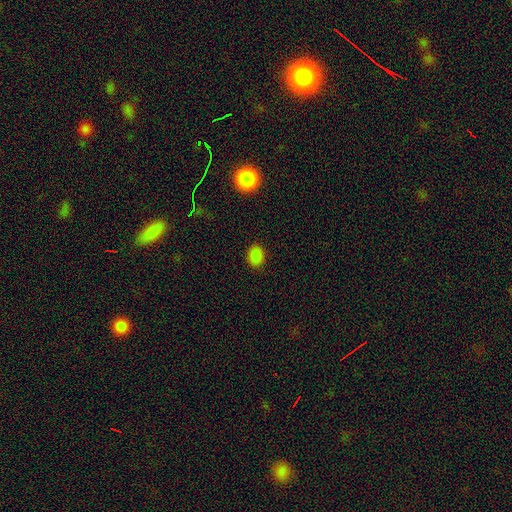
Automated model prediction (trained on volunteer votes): Morphology: type=smooth (85%); roundness=in between (52%); merging=none (88%).